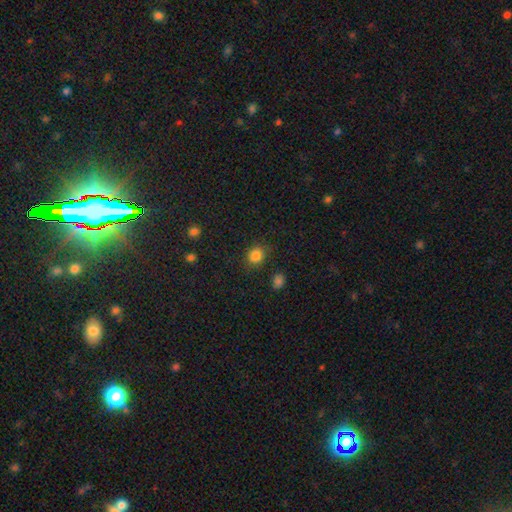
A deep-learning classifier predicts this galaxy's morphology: smooth_or_featured: smooth (p=0.84) [alt: star or artifact p=0.12]
how_rounded: round (p=0.76) [alt: in between p=0.23]
merging: none (p=0.83) [alt: minor disturbance p=0.11]